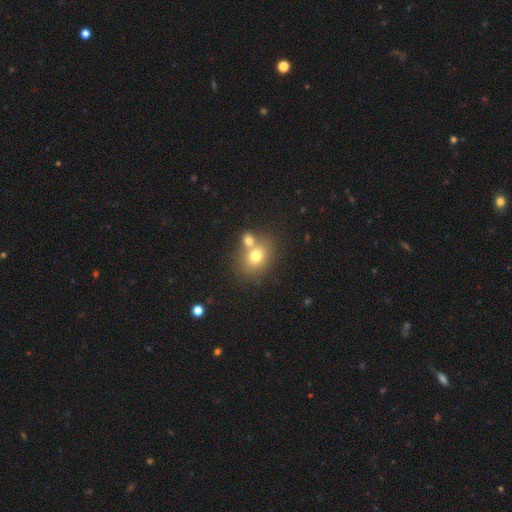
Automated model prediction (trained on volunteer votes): Smooth or featured? smooth (73%)
How rounded? round (51%)
Merging? none (46%)